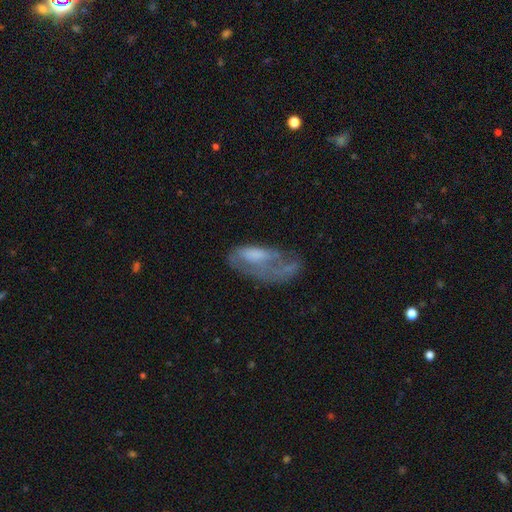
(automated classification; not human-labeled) Morphology: type=featured or disk (47%); merging=major disturbance (45%).